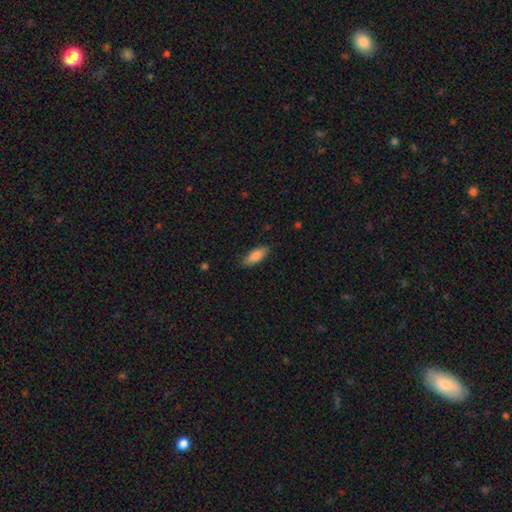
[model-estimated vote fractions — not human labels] smooth_or_featured: smooth (p=0.86) [alt: featured or disk p=0.08]
how_rounded: in between (p=0.78) [alt: cigar-shaped p=0.20]
merging: none (p=0.85) [alt: minor disturbance p=0.12]